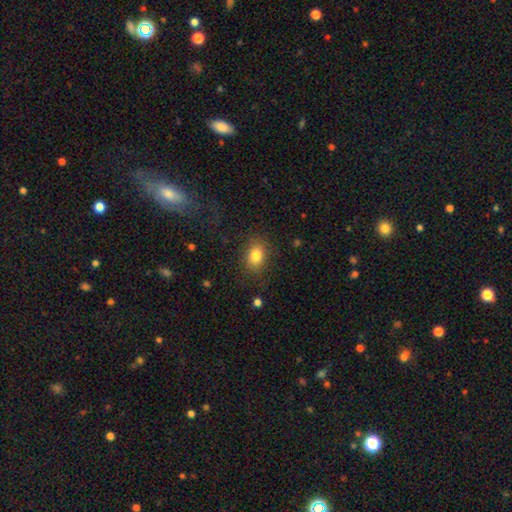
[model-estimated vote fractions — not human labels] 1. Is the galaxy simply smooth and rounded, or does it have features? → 82% smooth, 10% star or artifact, 8% featured or disk.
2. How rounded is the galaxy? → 65% in between, 34% round, 1% cigar-shaped.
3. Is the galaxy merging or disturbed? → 80% none, 13% minor disturbance, 6% major disturbance, 1% merger.